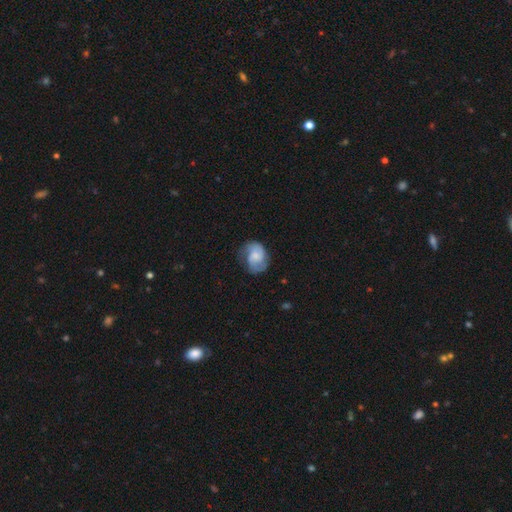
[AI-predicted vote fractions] smooth-or-featured: featured or disk: 59% | smooth: 34% | star or artifact: 7%
  disk-edge-on: no: 98% | yes: 2%
    bar: no: 65% | weak: 30% | strong: 5%
    has-spiral-arms: yes: 90% | no: 10%
      spiral-winding: medium: 45% | tight: 35% | loose: 20%
      spiral-arm-count: 2: 72% | can't tell: 13% | 3: 7% | 1: 5% | 4: 2% | more than 4: 2%
    bulge-size: small: 36% | moderate: 33% | none: 17% | large: 11% | dominant: 2%
  merging: none: 63% | minor disturbance: 24% | major disturbance: 12% | merger: 1%